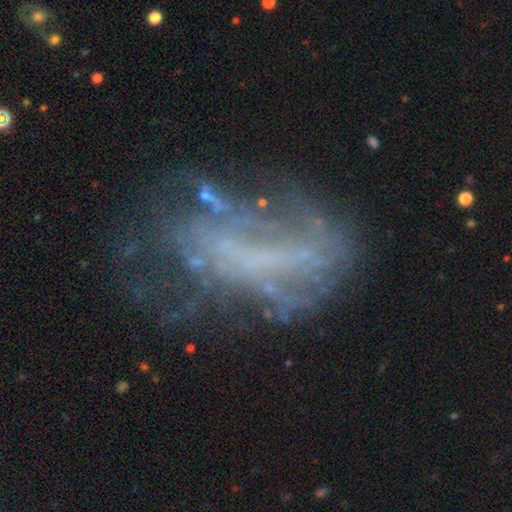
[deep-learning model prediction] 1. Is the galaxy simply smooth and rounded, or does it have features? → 58% featured or disk, 21% smooth, 20% star or artifact.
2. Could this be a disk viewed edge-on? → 94% no, 6% yes.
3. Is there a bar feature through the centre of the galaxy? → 67% no, 18% weak, 15% strong.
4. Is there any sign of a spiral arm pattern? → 78% no, 22% yes.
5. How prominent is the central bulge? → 77% none, 12% small, 6% moderate, 2% large, 1% dominant.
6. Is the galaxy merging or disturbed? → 38% major disturbance, 36% none, 21% minor disturbance, 5% merger.